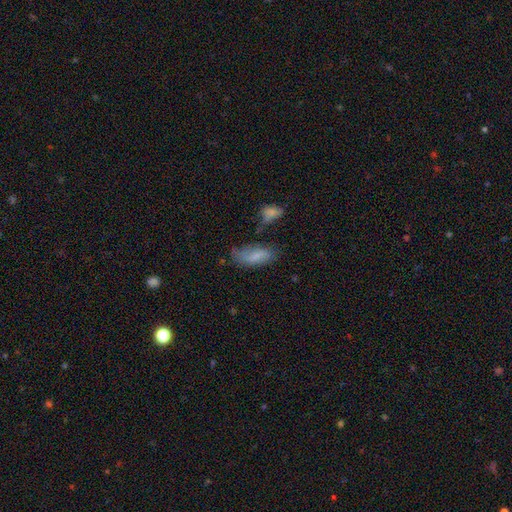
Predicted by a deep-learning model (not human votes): smooth-or-featured: smooth: 70% | featured or disk: 22% | star or artifact: 9%
  how-rounded: in between: 77% | cigar-shaped: 20% | round: 3%
  merging: none: 54% | minor disturbance: 27% | major disturbance: 11% | merger: 8%